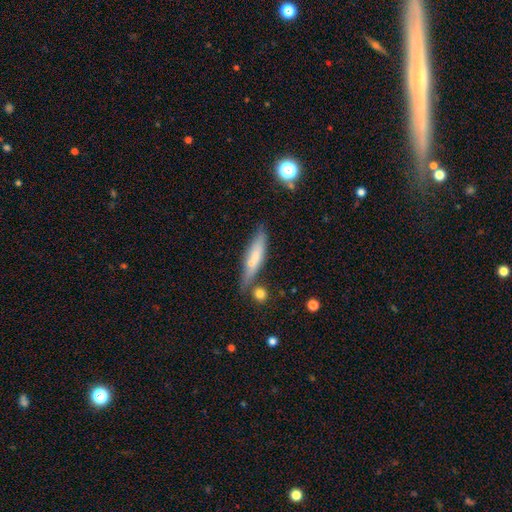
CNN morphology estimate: Overall: smooth (56%; featured or disk 36%). How rounded: cigar-shaped (81%). Merging: none (69%).